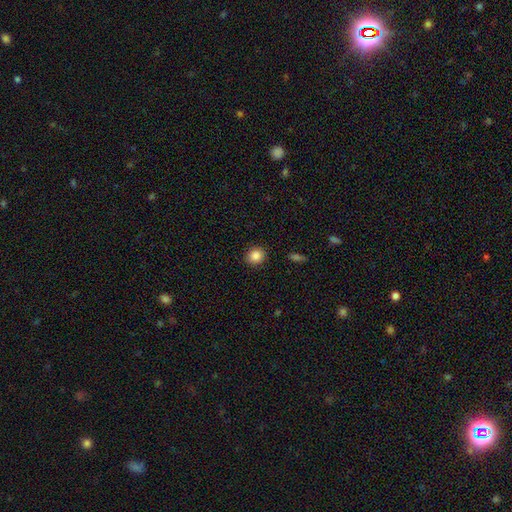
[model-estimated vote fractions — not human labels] Q: Smooth or featured?
A: smooth (86%); runner-up: star or artifact (10%)
Q: How rounded?
A: round (82%); runner-up: in between (17%)
Q: Merging?
A: none (91%); runner-up: minor disturbance (6%)